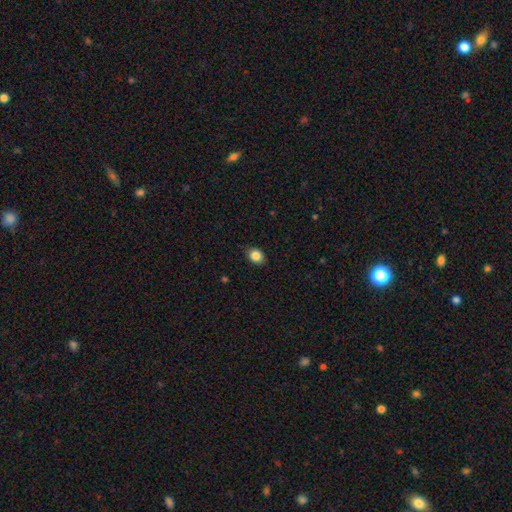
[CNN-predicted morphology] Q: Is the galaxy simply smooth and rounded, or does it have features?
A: smooth — 85%.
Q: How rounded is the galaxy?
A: in between — 54%.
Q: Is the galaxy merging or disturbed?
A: none — 86%.